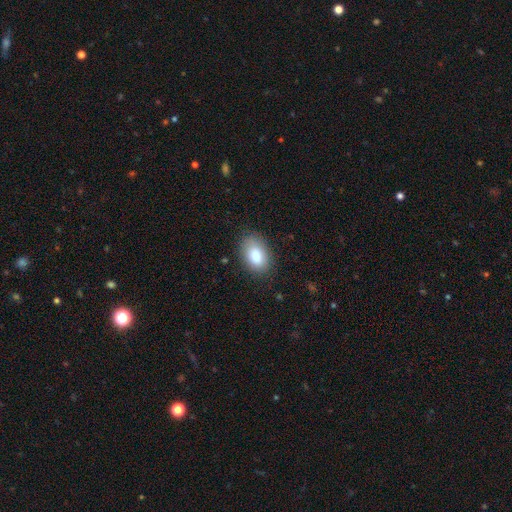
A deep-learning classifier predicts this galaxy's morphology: smooth 83%, featured or disk 9%, star or artifact 8%. Down the decision tree: how rounded — in between (90%); merging — none (83%).